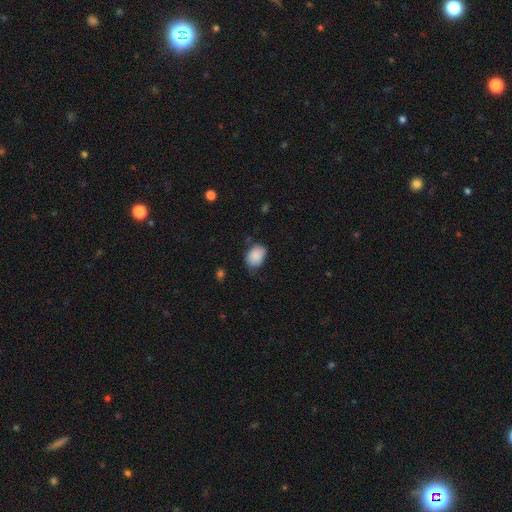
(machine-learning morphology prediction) Smooth or featured? Predicted: smooth (p=0.87). How rounded? Predicted: in between (p=0.73). Merging? Predicted: none (p=0.63).